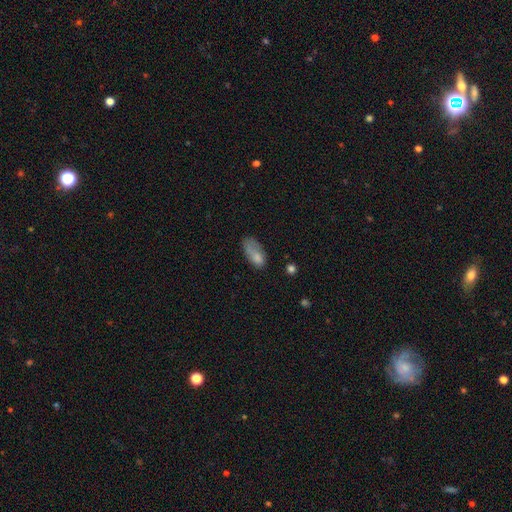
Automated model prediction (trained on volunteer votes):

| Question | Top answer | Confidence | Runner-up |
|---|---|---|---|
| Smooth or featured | smooth | 74% | featured or disk (16%) |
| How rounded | in between | 87% | cigar-shaped (8%) |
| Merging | none | 33% | minor disturbance (32%) |